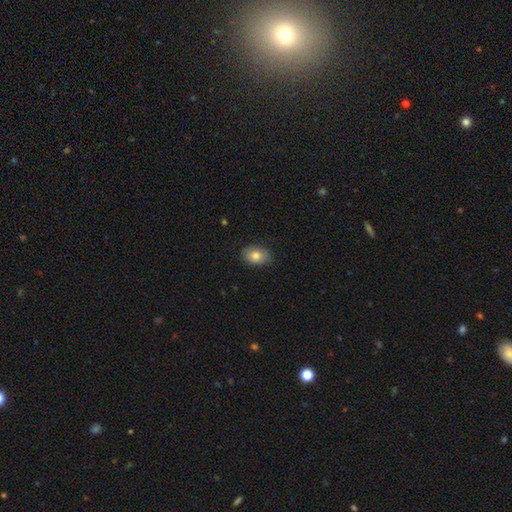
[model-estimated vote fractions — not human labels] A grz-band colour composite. It shows a smooth galaxy with no disk features (80%) that is in between round and cigar-shaped (80%). Merging: none (81%).